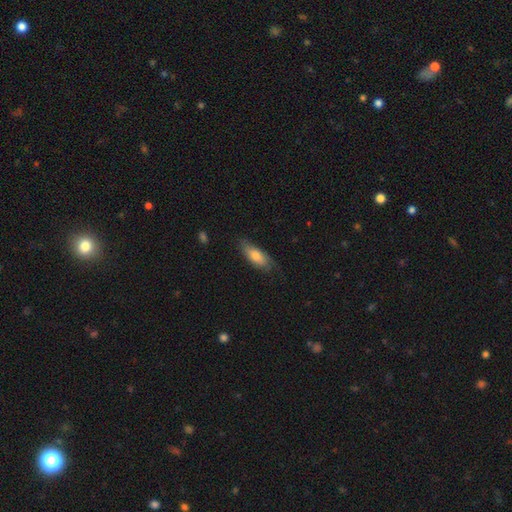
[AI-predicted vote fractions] Smooth or featured? smooth (72%)
How rounded? in between (72%)
Merging? none (65%)